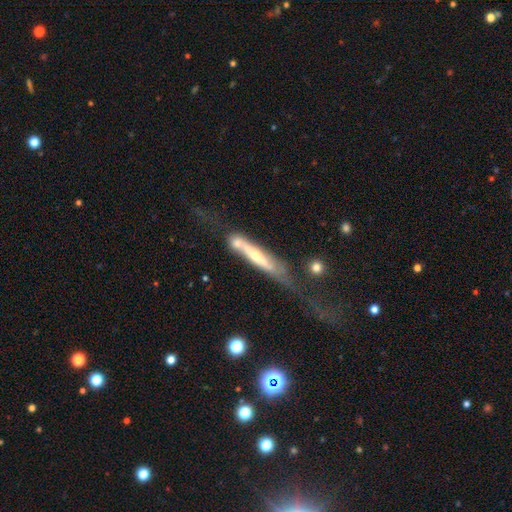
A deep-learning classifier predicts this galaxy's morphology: This appears to be a featured or disk galaxy (63%) viewed edge-on (77%). Merging: none (33%).